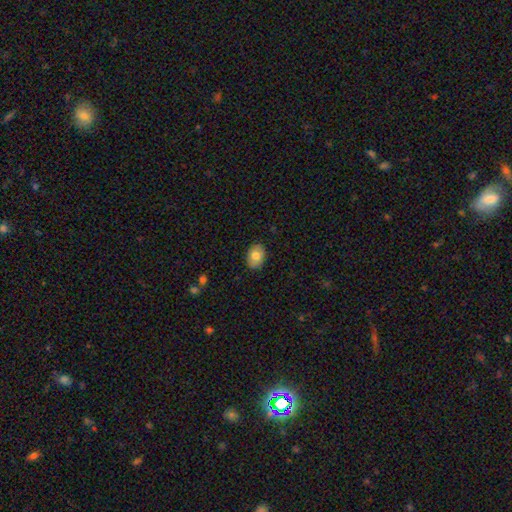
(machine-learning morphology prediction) Smooth or featured? smooth (77%)
How rounded? in between (77%)
Merging? none (86%)